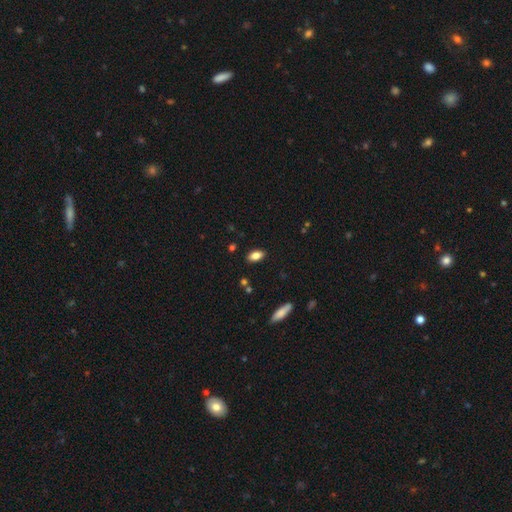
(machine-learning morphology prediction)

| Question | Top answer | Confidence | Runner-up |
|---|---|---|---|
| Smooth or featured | smooth | 83% | star or artifact (9%) |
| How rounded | in between | 91% | round (5%) |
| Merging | none | 88% | minor disturbance (9%) |